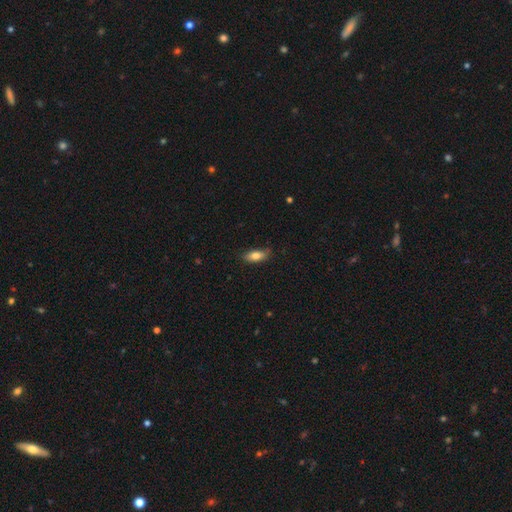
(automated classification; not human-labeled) smooth 78%, featured or disk 15%, star or artifact 7%. Down the decision tree: how rounded — in between (78%); merging — none (78%).